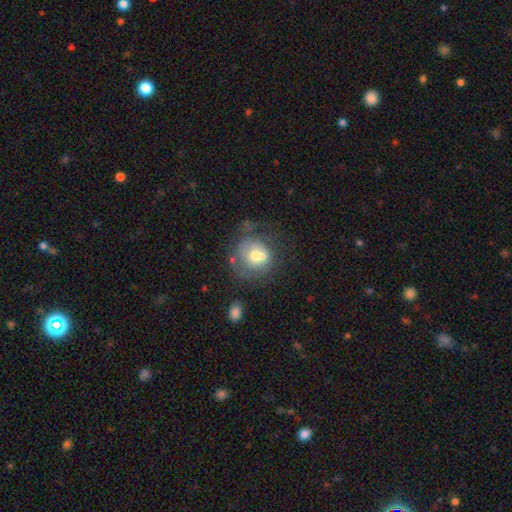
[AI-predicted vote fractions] A smooth galaxy with no disk features (54%) that is round (82%).

Vote fractions:
- Smooth or featured? smooth: 54% / featured or disk: 37% / star or artifact: 9%
- How rounded? round: 82% / in between: 17% / cigar-shaped: 1%
- Merging? none: 39% / merger: 27% / minor disturbance: 19% / major disturbance: 16%